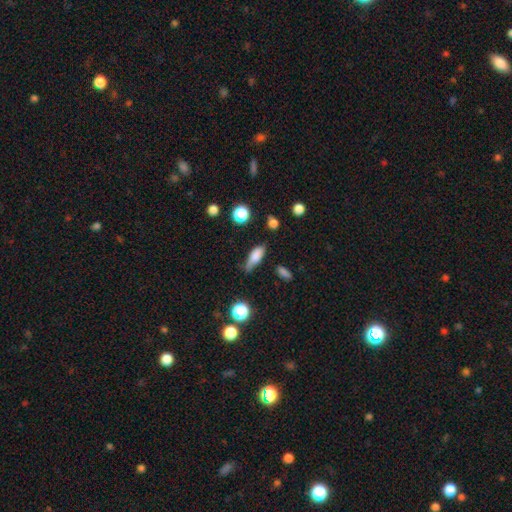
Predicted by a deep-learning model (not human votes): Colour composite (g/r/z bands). It shows a smooth galaxy with no disk features (76%) that is in between round and cigar-shaped (64%). Merging: none (53%).